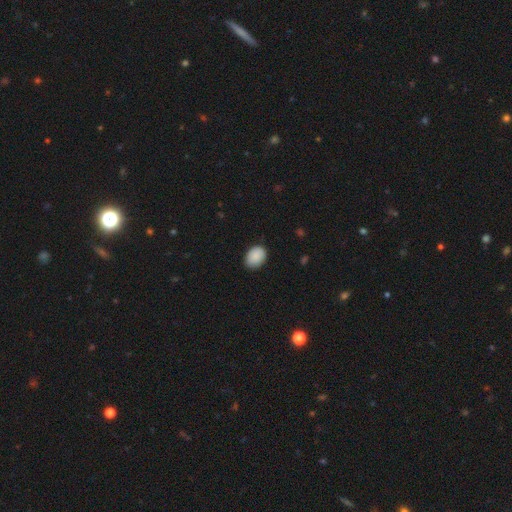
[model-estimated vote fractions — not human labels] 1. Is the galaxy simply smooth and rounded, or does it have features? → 89% smooth, 7% star or artifact, 4% featured or disk.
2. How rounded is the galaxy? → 66% in between, 33% round, 1% cigar-shaped.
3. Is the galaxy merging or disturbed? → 82% none, 15% minor disturbance, 2% major disturbance, 1% merger.